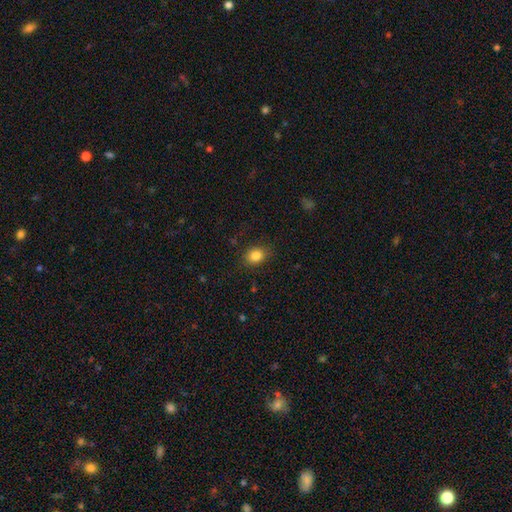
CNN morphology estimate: type=smooth (84%); roundness=round (54%); merging=none (84%).